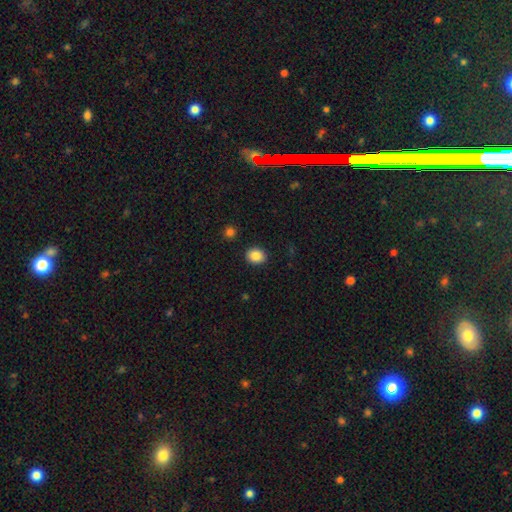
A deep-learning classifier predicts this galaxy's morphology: This is clearly a smooth galaxy (87%). How rounded: possibly round (57%). Merging: clearly none (90%).